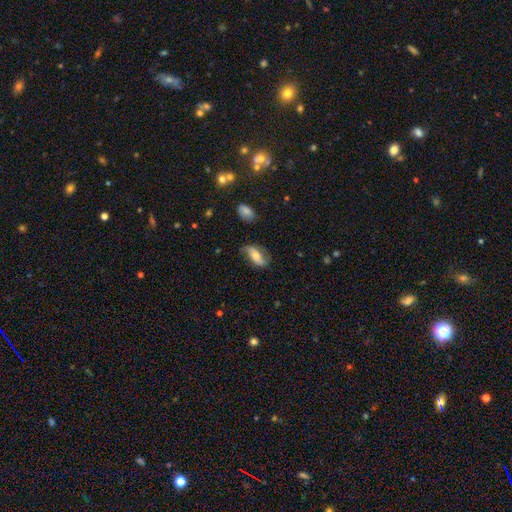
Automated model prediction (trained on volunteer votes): The model was most divided on "smooth or featured": featured or disk: 47%, smooth: 45%, star or artifact: 8%. More confident: merging — none (63%).